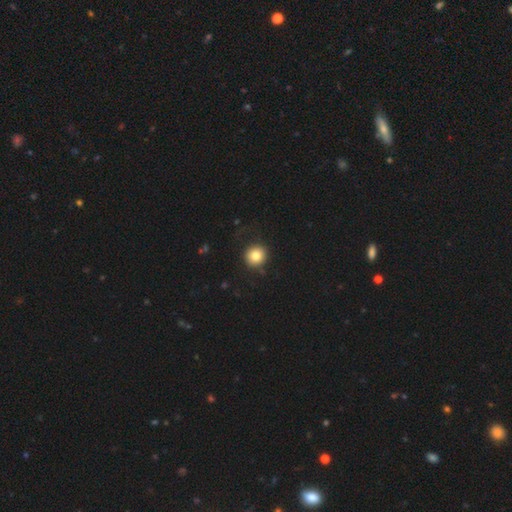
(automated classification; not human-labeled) Smooth or featured? smooth (82%)
How rounded? round (92%)
Merging? none (84%)